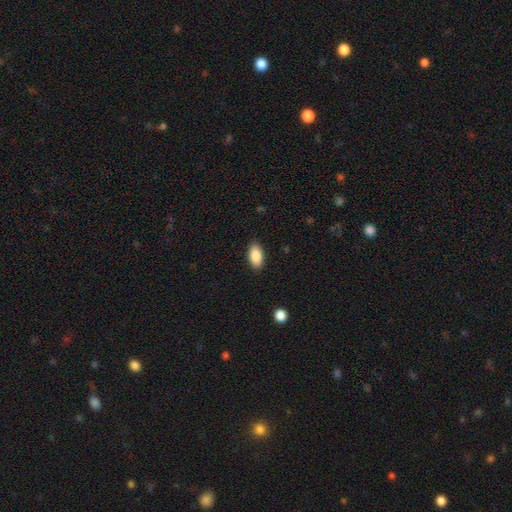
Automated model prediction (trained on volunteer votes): Smooth or featured? Predicted: smooth (p=0.87). How rounded? Predicted: in between (p=0.92). Merging? Predicted: none (p=0.88).